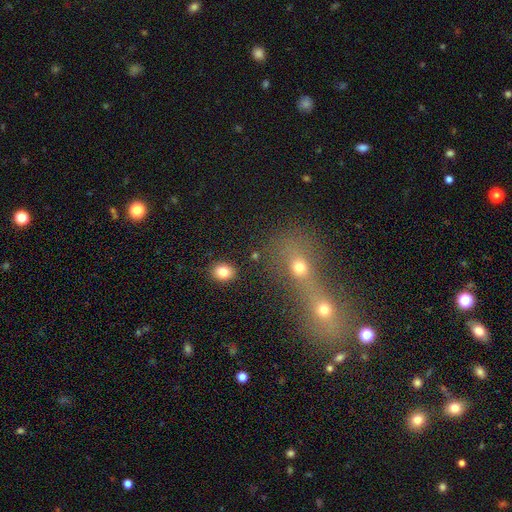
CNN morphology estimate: This appears to be a smooth galaxy with no disk features (74%) that is round (54%). Merging: none (63%).